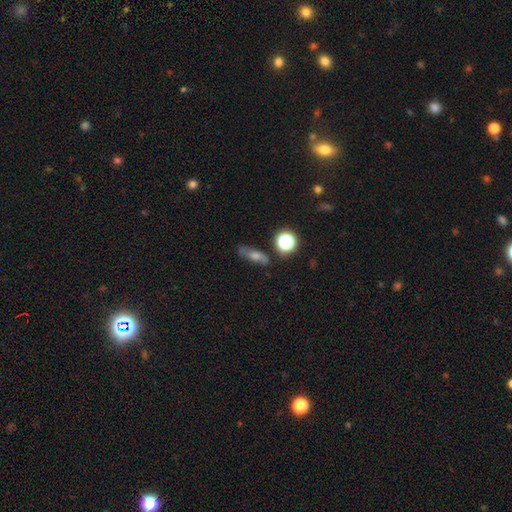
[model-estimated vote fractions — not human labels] featured or disk 39%, smooth 38%, star or artifact 24%. Down the decision tree: merging — none (73%).